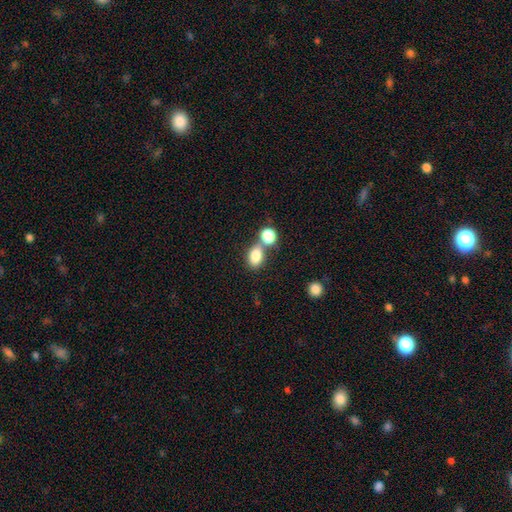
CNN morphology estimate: smooth 83%, star or artifact 10%, featured or disk 8%. Down the decision tree: how rounded — in between (70%); merging — none (46%).